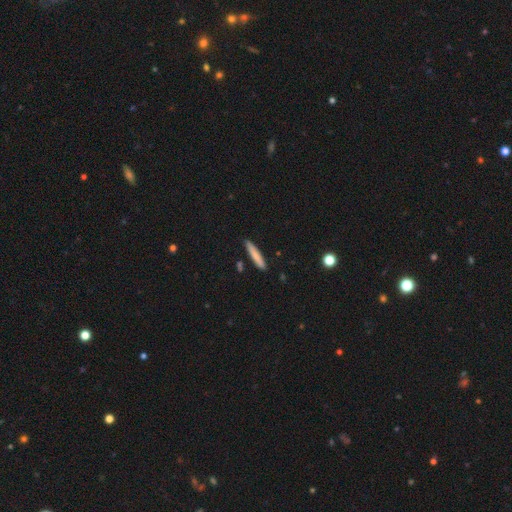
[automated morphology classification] A smooth galaxy with no disk features (79%) that is cigar-shaped (93%). Merging: none (88%).